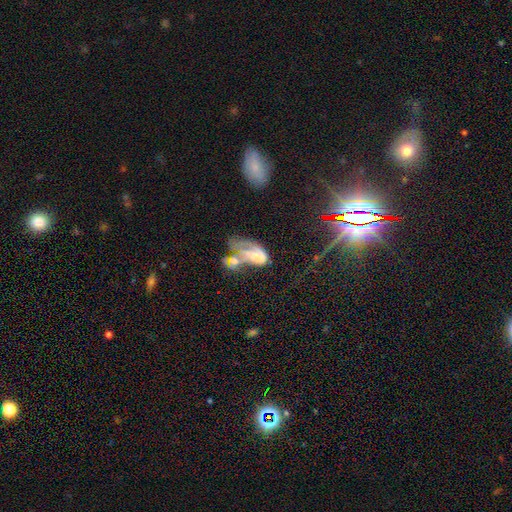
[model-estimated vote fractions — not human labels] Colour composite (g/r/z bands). It shows a featured or disk galaxy (50%). Merging: merger (43%).